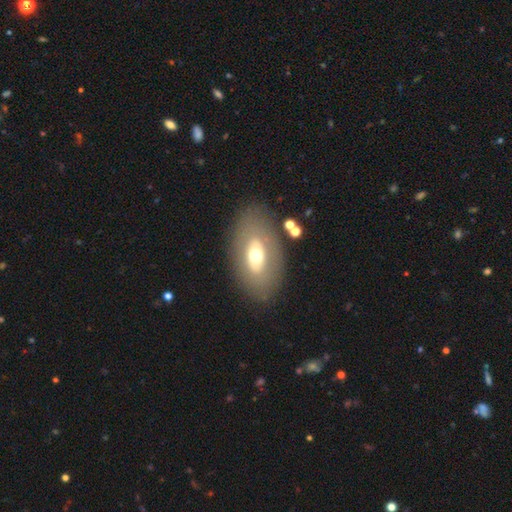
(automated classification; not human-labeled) A smooth galaxy with no disk features (50%) that is in between round and cigar-shaped (88%). Merging: none (80%).